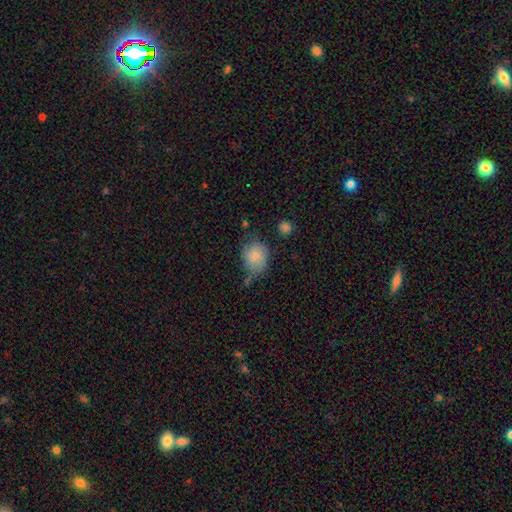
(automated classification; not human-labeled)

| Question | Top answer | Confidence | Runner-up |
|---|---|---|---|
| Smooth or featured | smooth | 80% | featured or disk (11%) |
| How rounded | round | 65% | in between (34%) |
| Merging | none | 54% | minor disturbance (30%) |